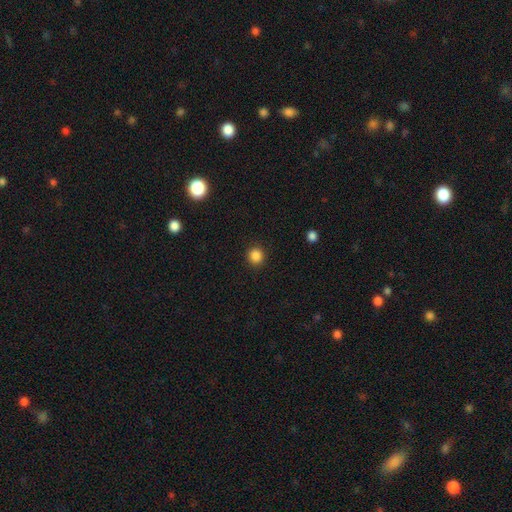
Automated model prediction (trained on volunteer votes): Smooth or featured? Predicted: smooth (p=0.86). How rounded? Predicted: round (p=0.91). Merging? Predicted: none (p=0.91).